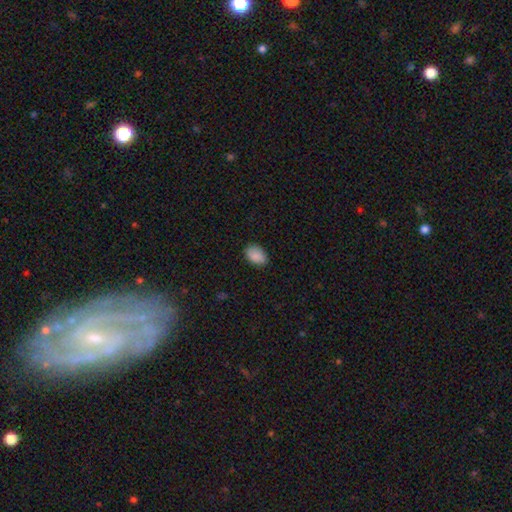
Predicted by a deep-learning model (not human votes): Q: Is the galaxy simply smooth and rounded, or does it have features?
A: smooth — 89%.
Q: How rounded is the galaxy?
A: in between — 86%.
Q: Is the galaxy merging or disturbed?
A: none — 82%.